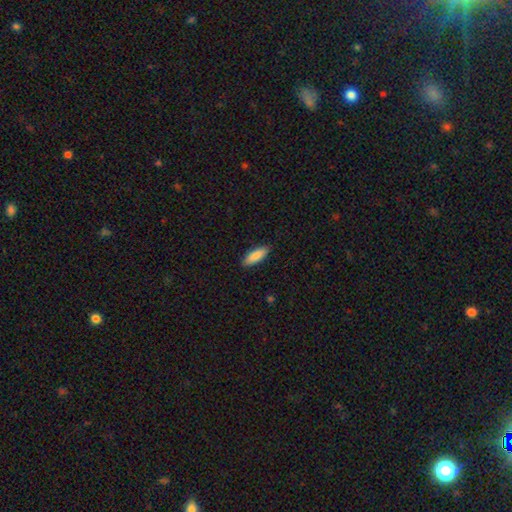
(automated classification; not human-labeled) Overall: smooth (87%). How rounded: in between (65%; cigar-shaped 34%). Merging: none (87%).